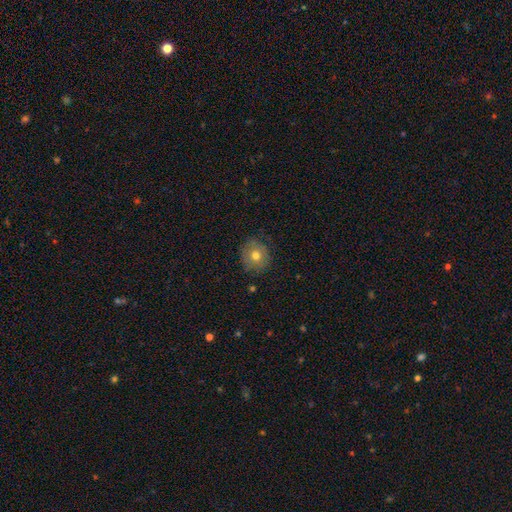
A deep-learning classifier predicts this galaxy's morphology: Smooth or featured?
  - smooth: 71% *
  - featured or disk: 19%
  - star or artifact: 10%
How rounded?
  - round: 86% *
  - in between: 13%
  - cigar-shaped: 1%
Merging?
  - none: 82% *
  - minor disturbance: 13%
  - major disturbance: 3%
  - merger: 1%